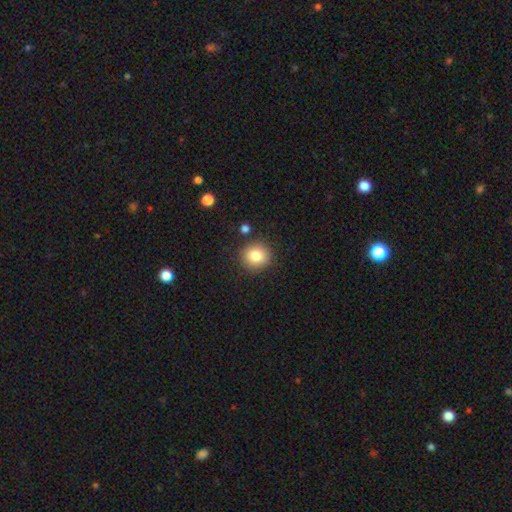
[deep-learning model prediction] The model was most divided on "smooth or featured": smooth: 83%, star or artifact: 10%, featured or disk: 7%. More confident: how rounded — round (90%); merging — none (87%).